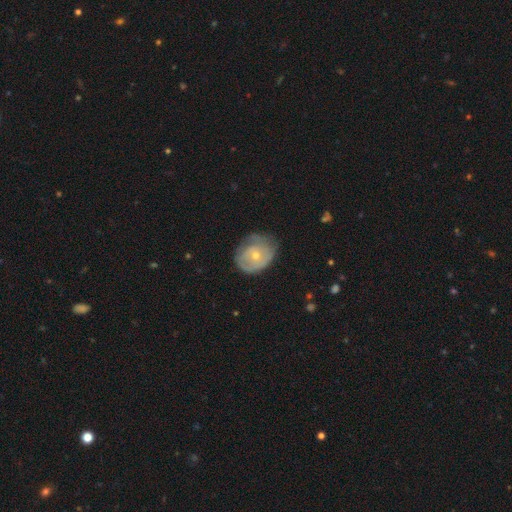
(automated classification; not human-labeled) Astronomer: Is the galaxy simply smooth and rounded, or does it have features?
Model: featured or disk — 52% (runner-up: smooth, 41%).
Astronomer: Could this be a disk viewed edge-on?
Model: no — 96%.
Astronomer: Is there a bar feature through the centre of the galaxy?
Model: no — 84%.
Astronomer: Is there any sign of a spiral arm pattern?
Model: yes — 58% (runner-up: no, 42%).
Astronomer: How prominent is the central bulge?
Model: small — 53% (runner-up: moderate, 44%).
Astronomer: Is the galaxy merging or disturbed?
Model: none — 50% (runner-up: minor disturbance, 34%).